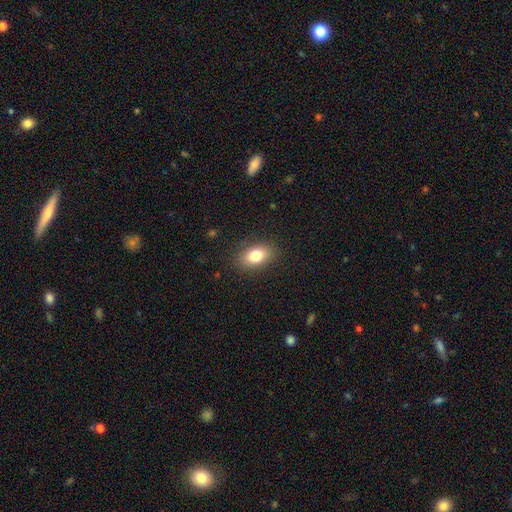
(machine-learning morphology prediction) smooth-or-featured: smooth: 80% | featured or disk: 11% | star or artifact: 9%
  how-rounded: in between: 86% | round: 12% | cigar-shaped: 2%
  merging: none: 86% | minor disturbance: 10% | major disturbance: 3% | merger: 1%